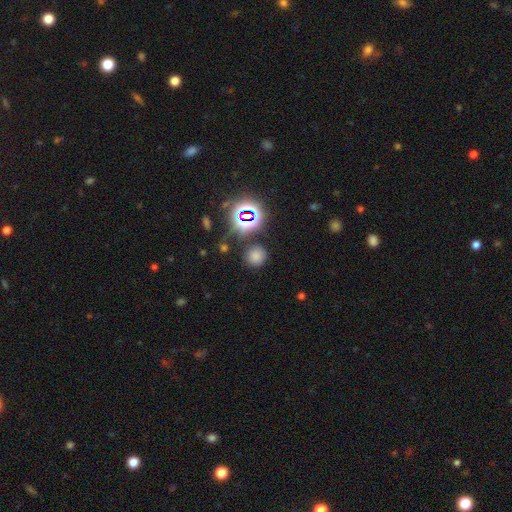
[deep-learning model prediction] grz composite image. It shows a smooth galaxy with no disk features (69%) that is round (90%). Merging: none (82%).